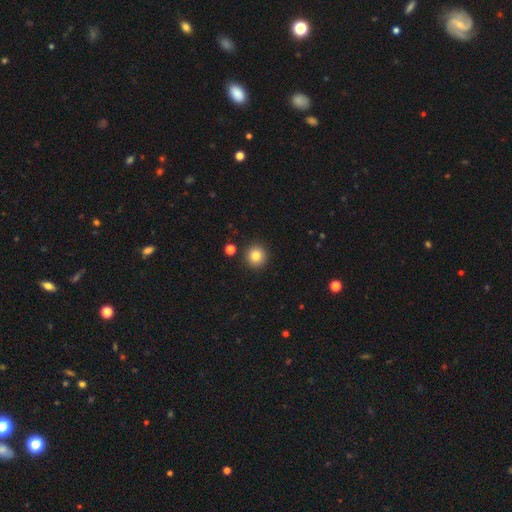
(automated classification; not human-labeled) Morphology: type=smooth (84%); roundness=round (93%); merging=none (91%).